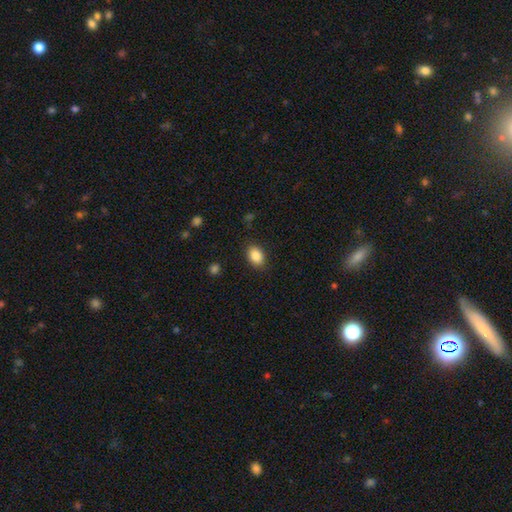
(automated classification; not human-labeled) Morphology: type=smooth (87%); roundness=in between (79%); merging=none (86%).